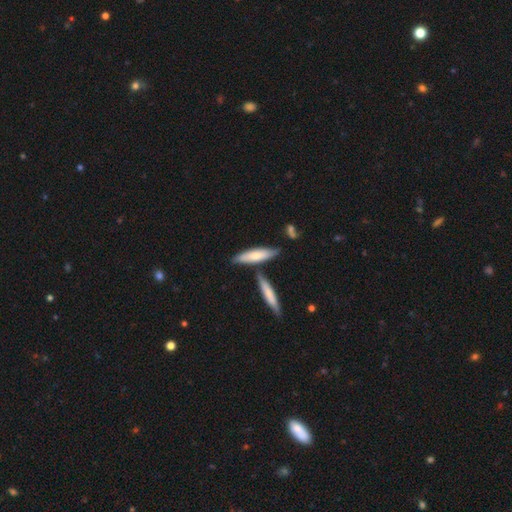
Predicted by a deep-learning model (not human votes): This is likely a smooth galaxy (70%). How rounded: likely cigar-shaped (70%). Merging: likely none (66%).